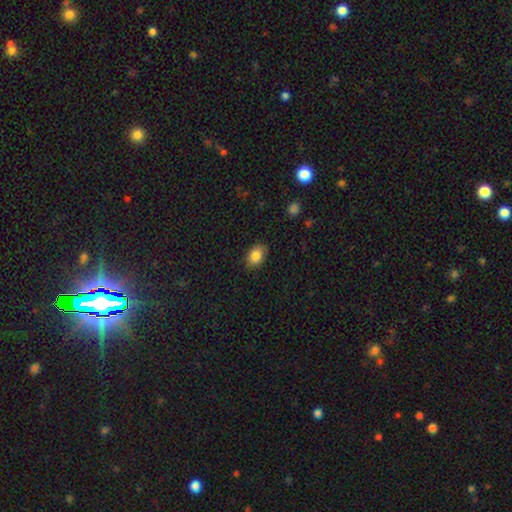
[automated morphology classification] Q: Smooth or featured?
A: smooth (84%); runner-up: star or artifact (8%)
Q: How rounded?
A: in between (79%); runner-up: round (20%)
Q: Merging?
A: none (84%); runner-up: minor disturbance (13%)